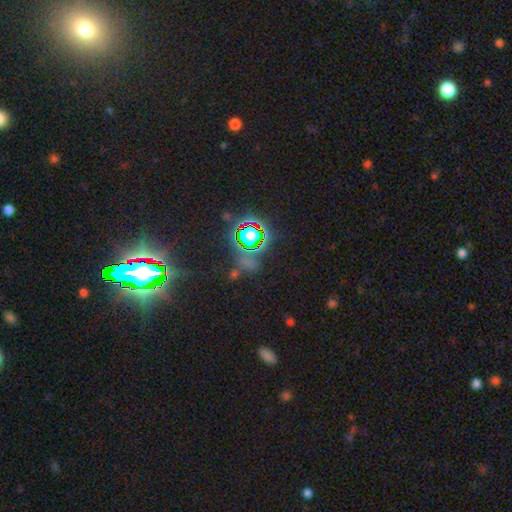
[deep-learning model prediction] A star or artifact, not a galaxy (79%).

Vote fractions:
- Smooth or featured? star or artifact: 79% / smooth: 12% / featured or disk: 9%